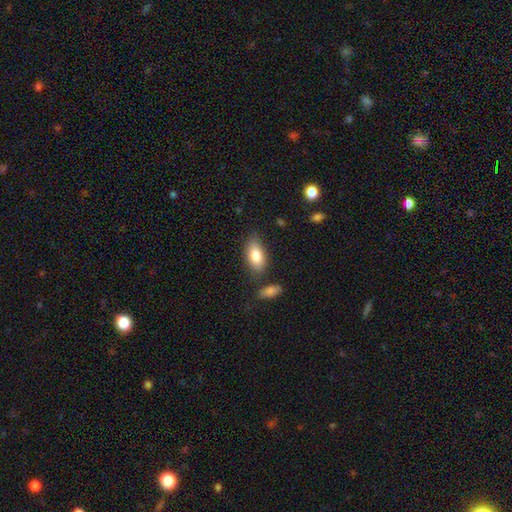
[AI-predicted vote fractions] Q: Smooth or featured?
A: smooth (79%); runner-up: featured or disk (13%)
Q: How rounded?
A: in between (89%); runner-up: cigar-shaped (6%)
Q: Merging?
A: none (72%); runner-up: minor disturbance (17%)